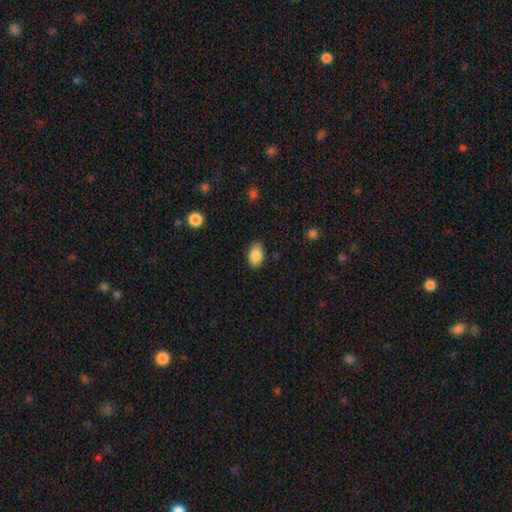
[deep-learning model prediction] Morphology: type=smooth (87%); roundness=in between (88%); merging=none (85%).